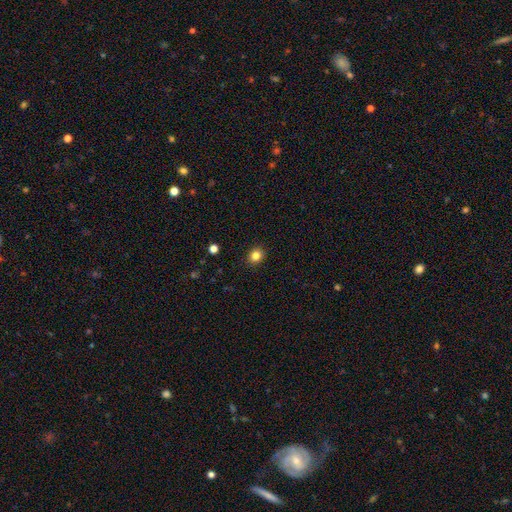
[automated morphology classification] type=smooth (83%); roundness=round (64%); merging=none (90%).